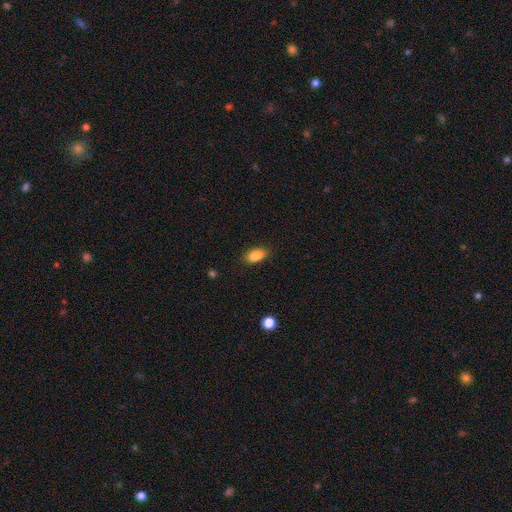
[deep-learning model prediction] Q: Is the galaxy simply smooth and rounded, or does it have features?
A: smooth — 87%.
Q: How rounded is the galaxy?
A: in between — 87%.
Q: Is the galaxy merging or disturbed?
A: none — 81%.